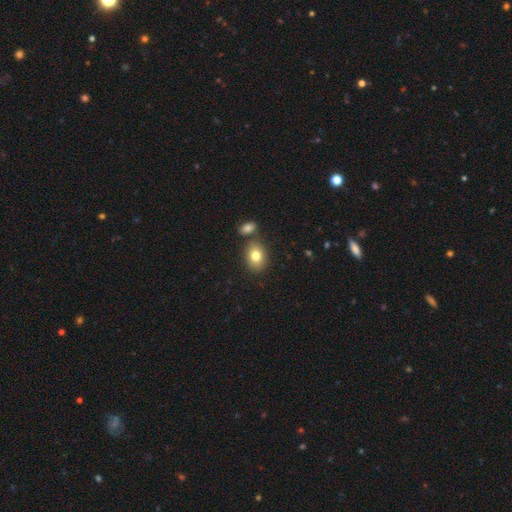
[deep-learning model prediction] Morphology: type=smooth (80%); roundness=in between (70%); merging=none (73%).